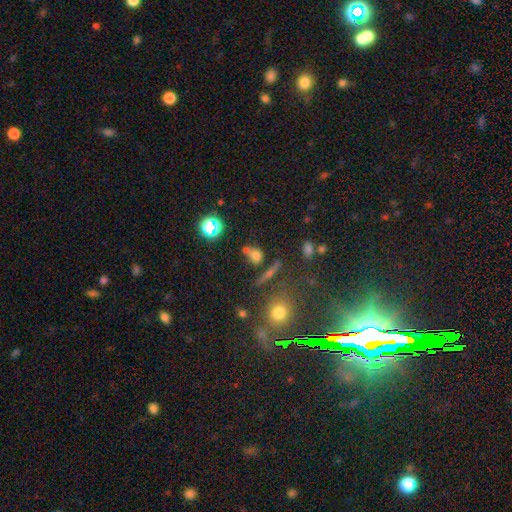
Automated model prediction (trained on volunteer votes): A smooth galaxy with no disk features (64%) that is round (56%).

Vote fractions:
- Smooth or featured? smooth: 64% / star or artifact: 21% / featured or disk: 15%
- How rounded? round: 56% / in between: 36% / cigar-shaped: 8%
- Merging? none: 50% / merger: 31% / minor disturbance: 12% / major disturbance: 7%